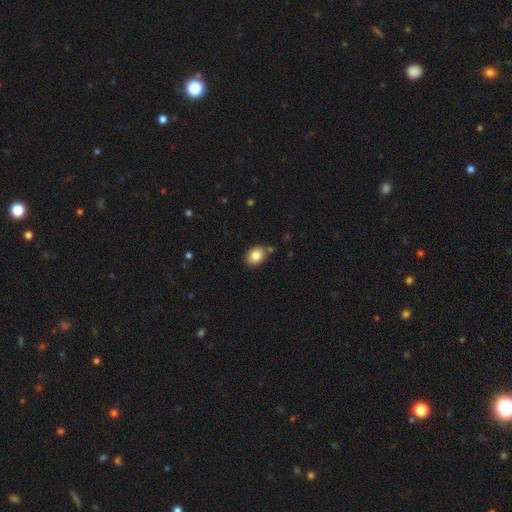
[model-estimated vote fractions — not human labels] The model was most divided on "how rounded": in between: 68%, round: 31%, cigar-shaped: 1%. More confident: smooth or featured — smooth (83%); merging — none (80%).